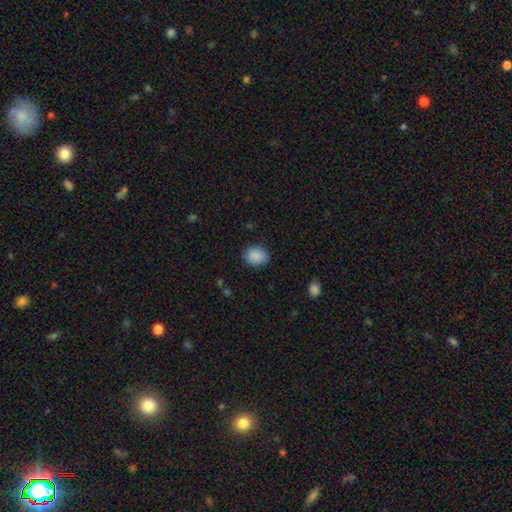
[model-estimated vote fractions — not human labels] smooth 88%, star or artifact 8%, featured or disk 4%. Down the decision tree: how rounded — in between (57%); merging — none (81%).